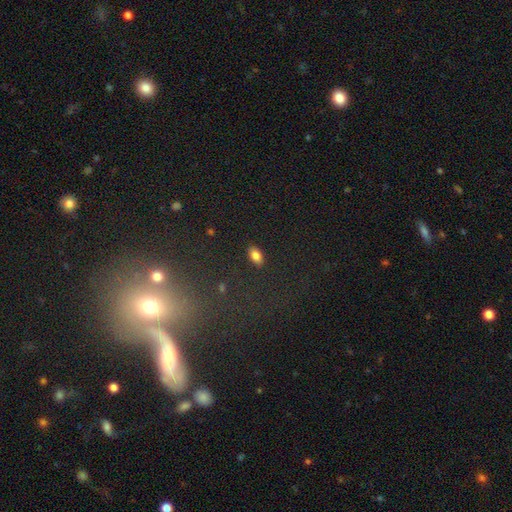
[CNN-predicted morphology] smooth-or-featured: smooth: 83% | star or artifact: 10% | featured or disk: 7%
  how-rounded: in between: 91% | round: 6% | cigar-shaped: 3%
  merging: none: 89% | minor disturbance: 8% | major disturbance: 2% | merger: 1%